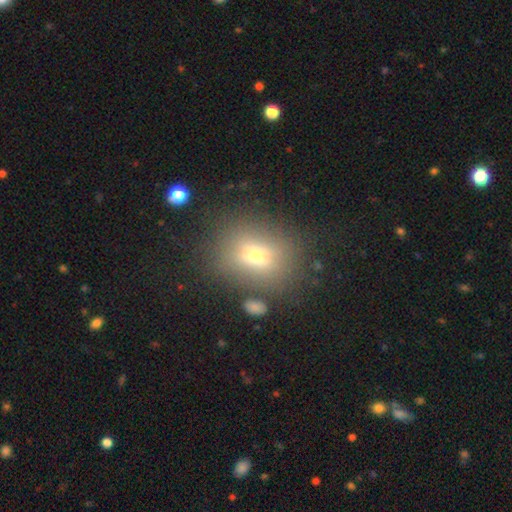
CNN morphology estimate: Smooth or featured? smooth (61%)
How rounded? round (54%)
Merging? none (76%)